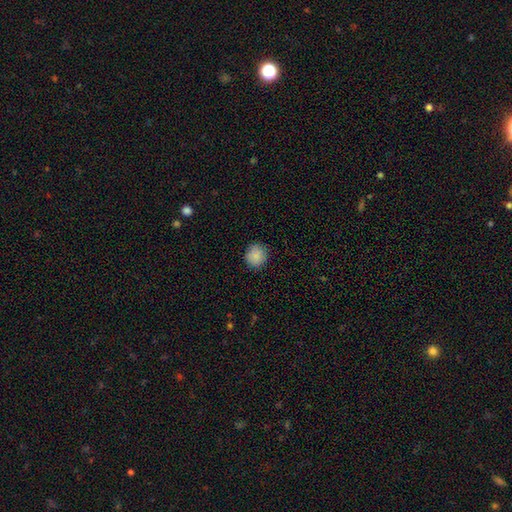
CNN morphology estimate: Overall: smooth (87%). How rounded: round (88%). Merging: none (88%).